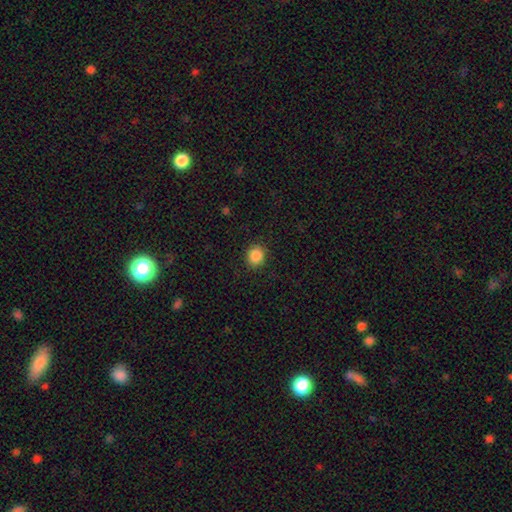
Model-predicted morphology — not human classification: Smooth or featured: smooth — 87% (star or artifact — 9%)
How rounded: round — 73% (in between — 26%)
Merging: none — 89% (minor disturbance — 7%)